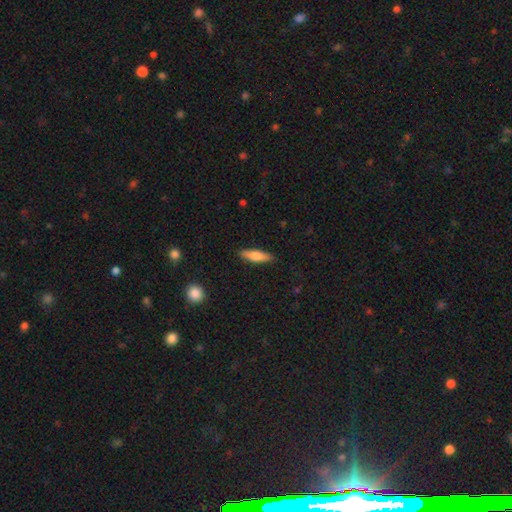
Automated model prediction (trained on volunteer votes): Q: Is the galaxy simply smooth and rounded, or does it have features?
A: smooth — 68%.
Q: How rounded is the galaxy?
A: cigar-shaped — 68%.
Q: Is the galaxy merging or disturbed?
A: none — 88%.